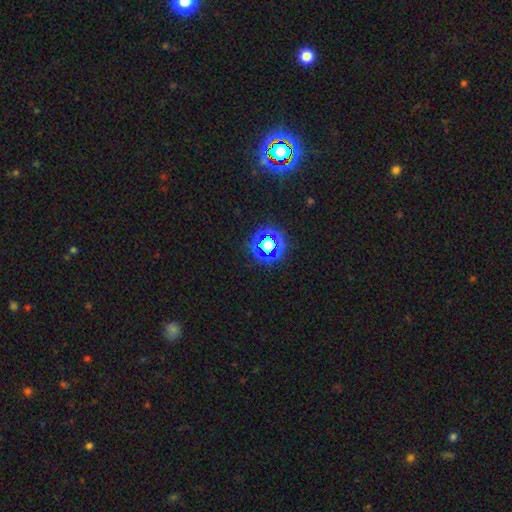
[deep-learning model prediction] A star or artifact, not a galaxy (77%).

Vote fractions:
- Smooth or featured? star or artifact: 77% / smooth: 16% / featured or disk: 7%